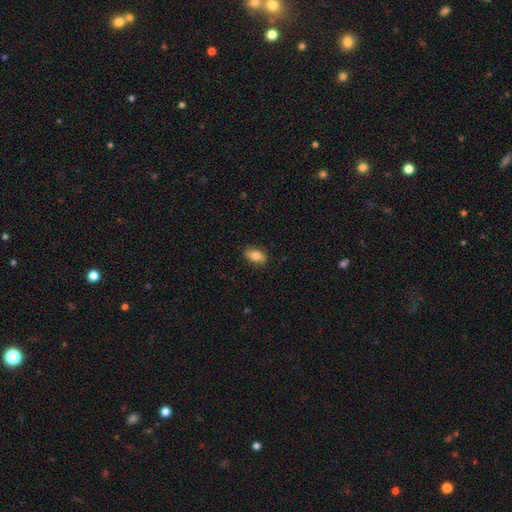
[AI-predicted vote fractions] smooth_or_featured: smooth (p=0.78) [alt: featured or disk p=0.15]
how_rounded: in between (p=0.87) [alt: round p=0.09]
merging: none (p=0.85) [alt: minor disturbance p=0.11]